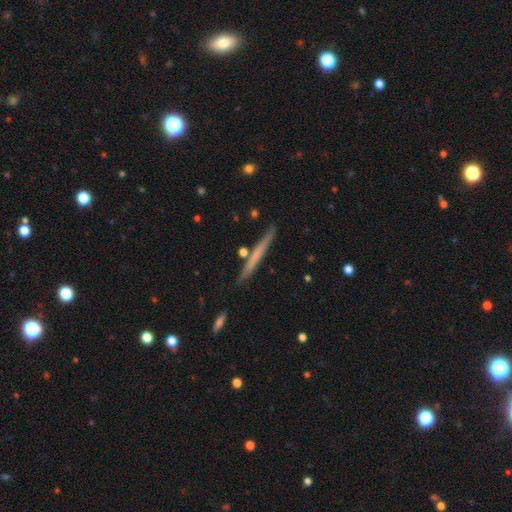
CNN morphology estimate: This appears to be a smooth galaxy with no disk features (51%) that is cigar-shaped (97%). Merging: none (87%).